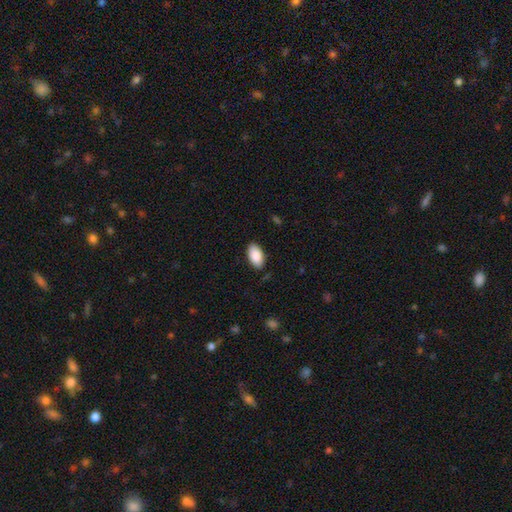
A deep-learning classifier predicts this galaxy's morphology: Q: Smooth or featured?
A: smooth (89%); runner-up: star or artifact (6%)
Q: How rounded?
A: in between (95%); runner-up: round (3%)
Q: Merging?
A: none (85%); runner-up: minor disturbance (11%)